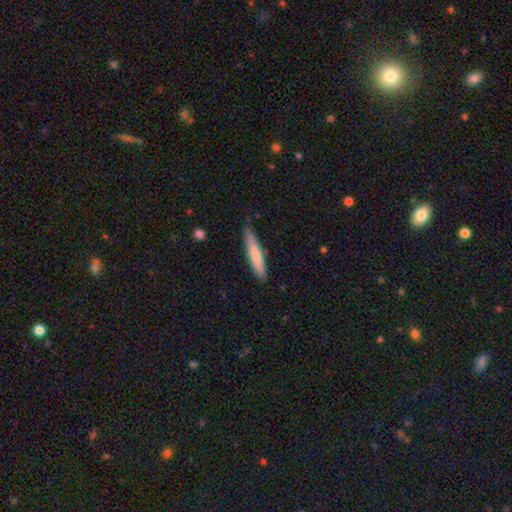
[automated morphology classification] Overall: smooth (72%). How rounded: cigar-shaped (90%). Merging: none (79%).